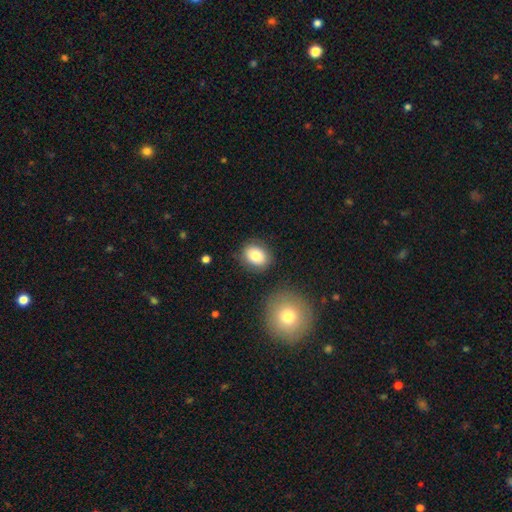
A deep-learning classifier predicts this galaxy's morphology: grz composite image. It shows a smooth galaxy with no disk features (81%) that is in between round and cigar-shaped (52%). Merging: none (81%).